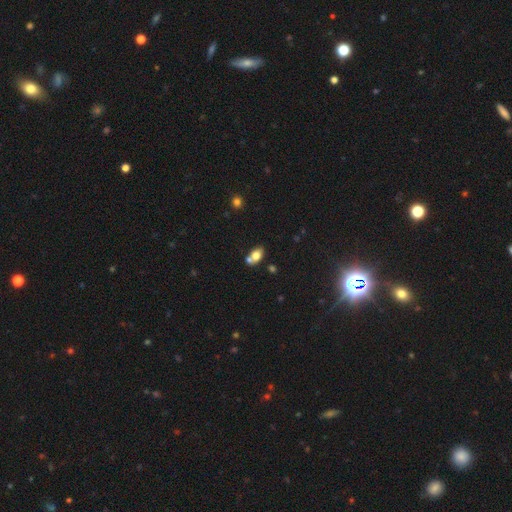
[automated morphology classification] smooth 74%, featured or disk 16%, star or artifact 10%. Down the decision tree: how rounded — in between (80%); merging — none (46%).